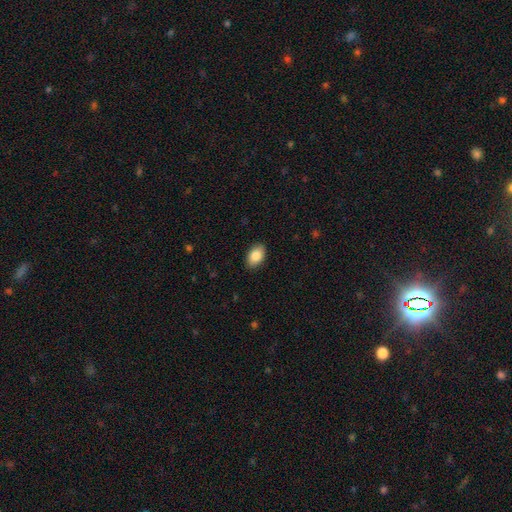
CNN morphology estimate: Smooth or featured? Predicted: smooth (p=0.87). How rounded? Predicted: in between (p=0.89). Merging? Predicted: none (p=0.89).